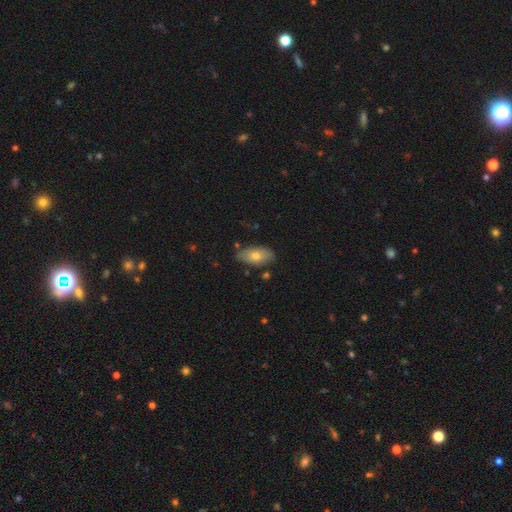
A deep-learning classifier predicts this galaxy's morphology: A smooth galaxy with no disk features (72%) that is in between round and cigar-shaped (91%). Merging: none (80%).